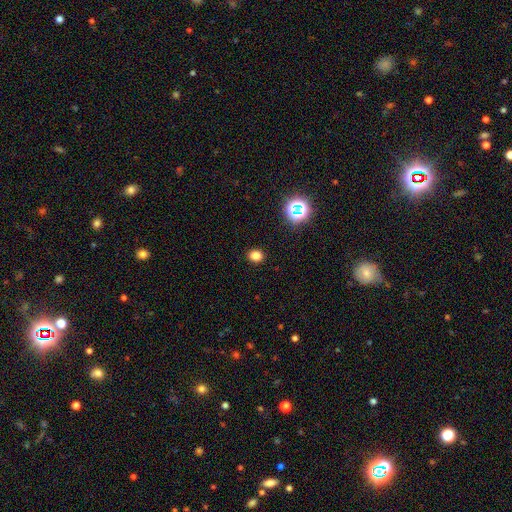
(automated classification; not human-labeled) Smooth or featured? Predicted: smooth (p=0.79). How rounded? Predicted: round (p=0.69). Merging? Predicted: none (p=0.91).